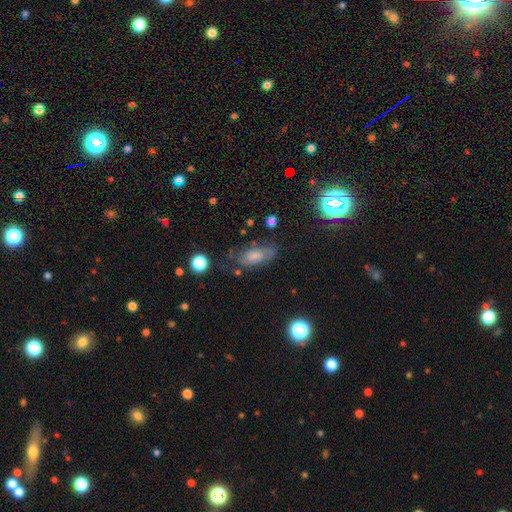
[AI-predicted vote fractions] Morphology: type=smooth (50%); merging=none (63%).